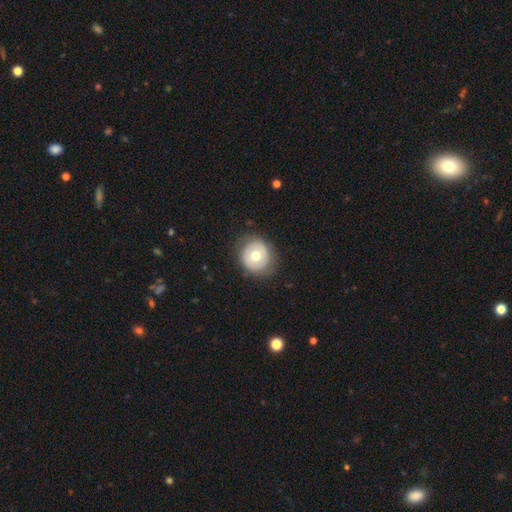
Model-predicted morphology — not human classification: smooth 61%, featured or disk 31%, star or artifact 8%. Down the decision tree: how rounded — round (88%); merging — none (83%).